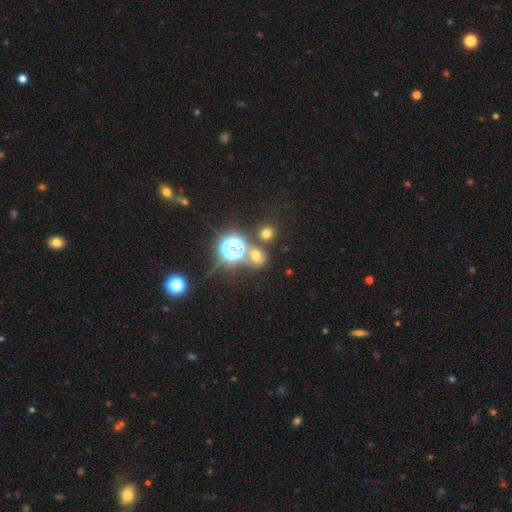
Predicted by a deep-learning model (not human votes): Smooth or featured? smooth (49%)
Merging? none (64%)